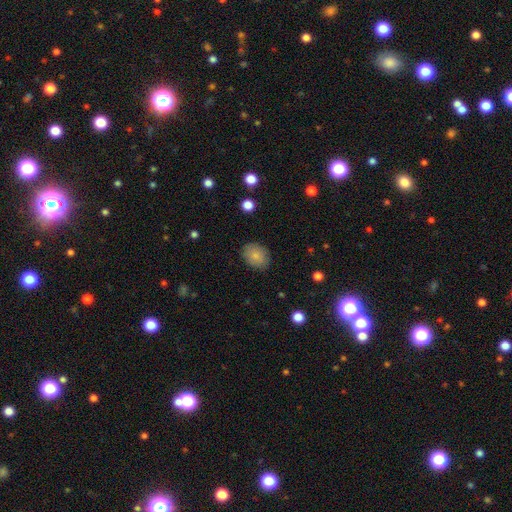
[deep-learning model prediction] Morphology: type=smooth (84%); roundness=in between (62%); merging=none (85%).